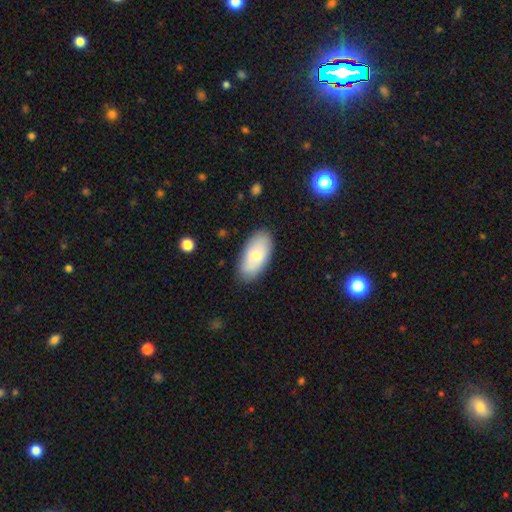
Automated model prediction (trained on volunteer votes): smooth_or_featured: smooth (p=0.67) [alt: featured or disk p=0.26]
how_rounded: in between (p=0.93) [alt: round p=0.03]
merging: none (p=0.83) [alt: minor disturbance p=0.13]